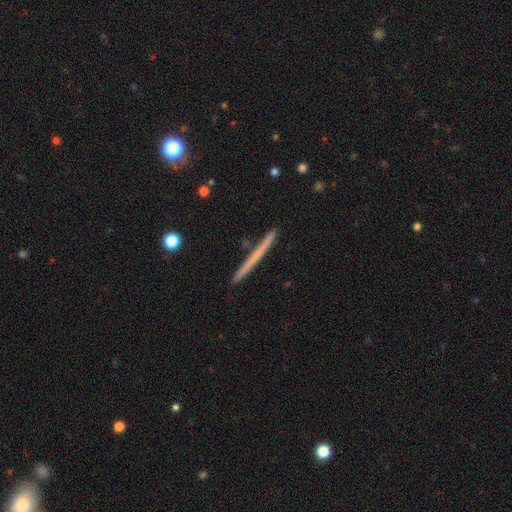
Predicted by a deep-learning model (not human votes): Overall: smooth (48%; featured or disk 46%). Merging: none (92%).